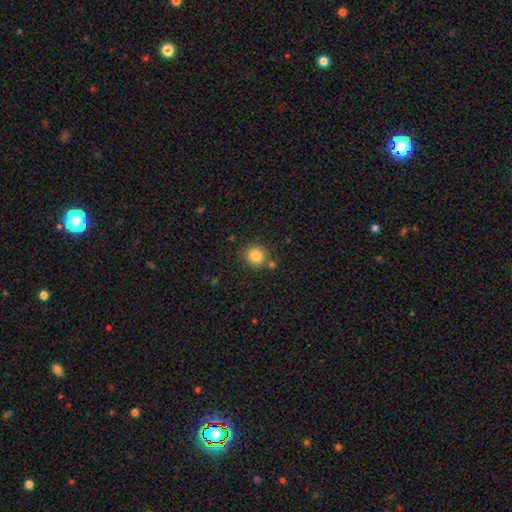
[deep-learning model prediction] Smooth or featured? Predicted: smooth (p=0.84). How rounded? Predicted: round (p=0.83). Merging? Predicted: none (p=0.78).